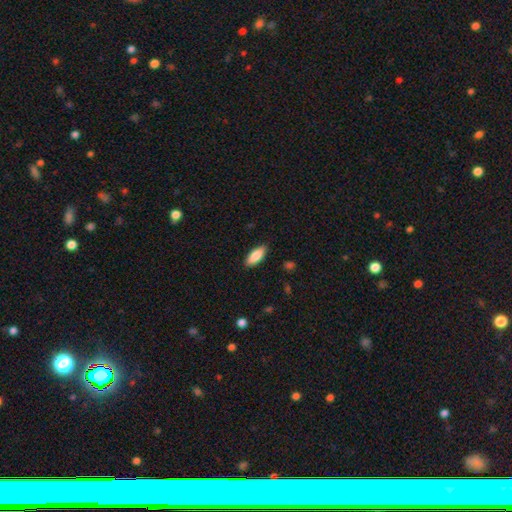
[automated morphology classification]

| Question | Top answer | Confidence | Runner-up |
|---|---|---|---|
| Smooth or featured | smooth | 85% | featured or disk (9%) |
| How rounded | in between | 77% | cigar-shaped (22%) |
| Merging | none | 88% | minor disturbance (9%) |